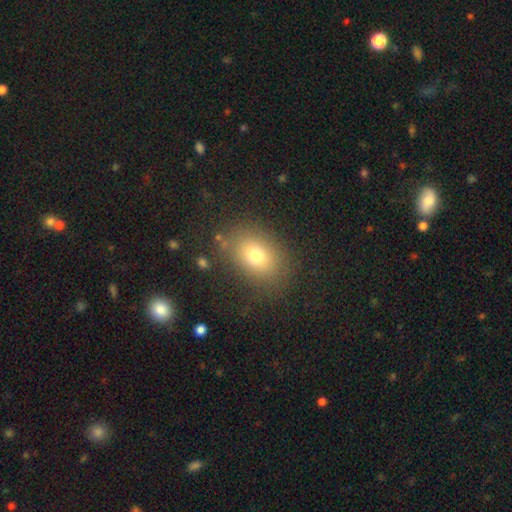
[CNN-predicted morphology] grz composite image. It shows a smooth galaxy with no disk features (74%) that is in between round and cigar-shaped (67%). Merging: none (82%).